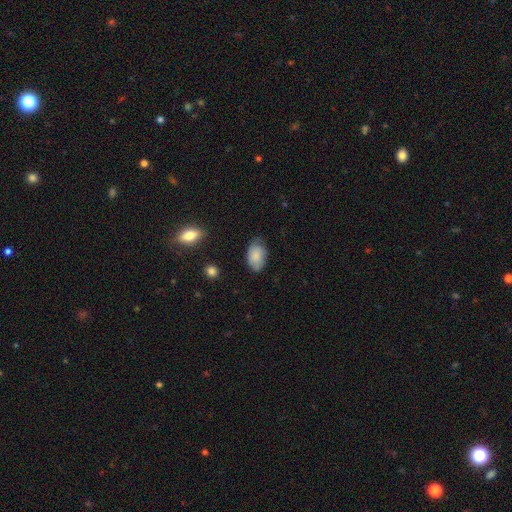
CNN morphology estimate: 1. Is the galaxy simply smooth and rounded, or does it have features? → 84% smooth, 9% featured or disk, 7% star or artifact.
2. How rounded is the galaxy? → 91% in between, 8% round, 1% cigar-shaped.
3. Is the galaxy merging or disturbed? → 67% none, 27% minor disturbance, 5% major disturbance, 1% merger.